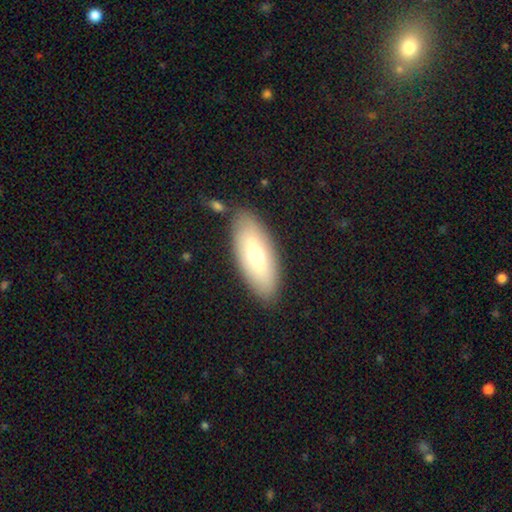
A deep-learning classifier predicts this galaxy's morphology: Overall: smooth (62%; featured or disk 31%). How rounded: in between (80%). Merging: none (84%).